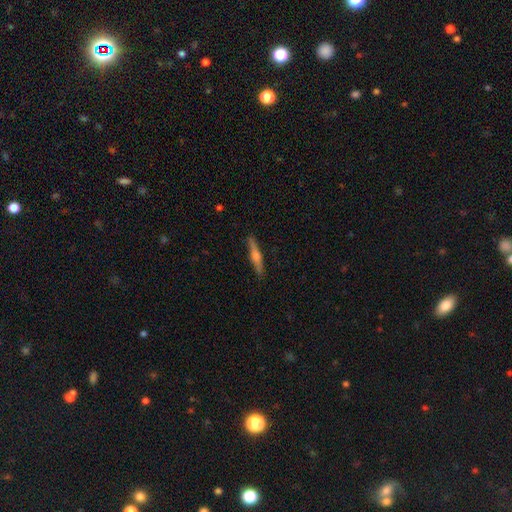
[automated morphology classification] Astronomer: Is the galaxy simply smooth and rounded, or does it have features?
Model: featured or disk — 62%.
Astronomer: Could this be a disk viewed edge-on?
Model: yes — 97%.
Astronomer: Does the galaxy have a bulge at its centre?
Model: rounded — 84%.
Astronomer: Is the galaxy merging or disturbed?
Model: none — 91%.